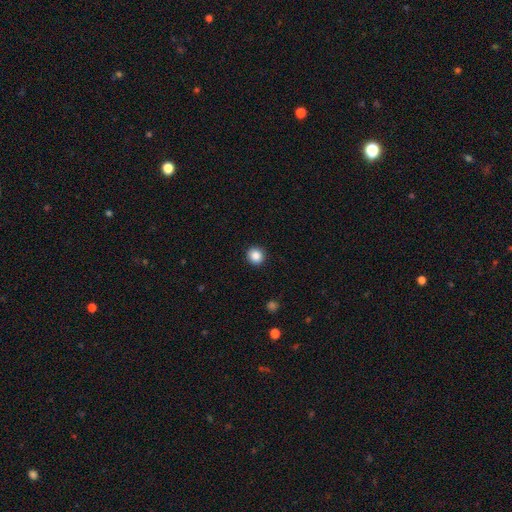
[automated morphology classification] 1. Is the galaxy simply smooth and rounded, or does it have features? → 87% smooth, 10% star or artifact, 3% featured or disk.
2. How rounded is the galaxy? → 90% round, 9% in between, 1% cigar-shaped.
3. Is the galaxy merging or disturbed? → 92% none, 5% minor disturbance, 2% major disturbance, 1% merger.